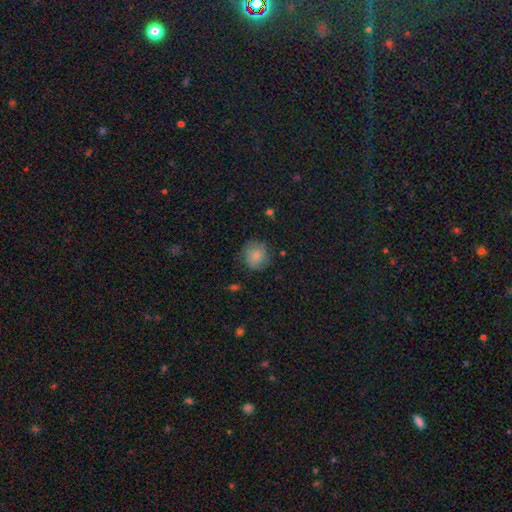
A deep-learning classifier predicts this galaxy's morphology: smooth 66%, featured or disk 25%, star or artifact 9%. Down the decision tree: how rounded — round (86%); merging — none (73%).